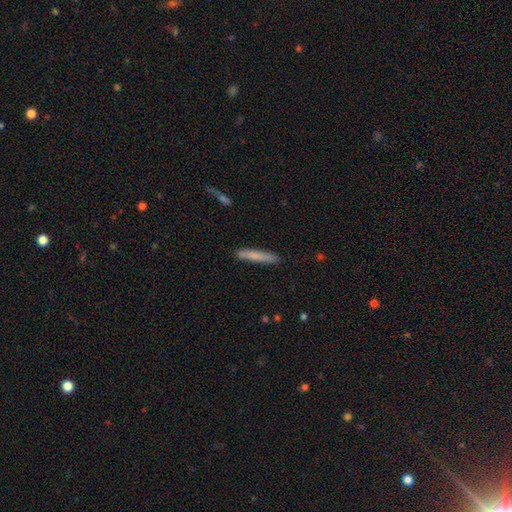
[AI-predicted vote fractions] This appears to be a smooth galaxy with no disk features (73%) that is cigar-shaped (94%). Merging: none (87%).